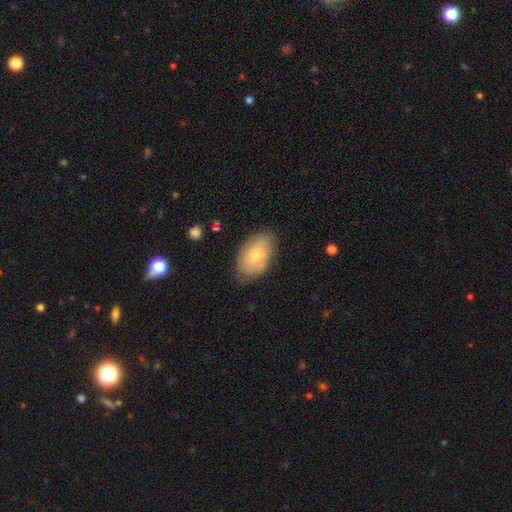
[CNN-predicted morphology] A smooth galaxy with no disk features (69%) that is in between round and cigar-shaped (91%). Merging: none (73%).